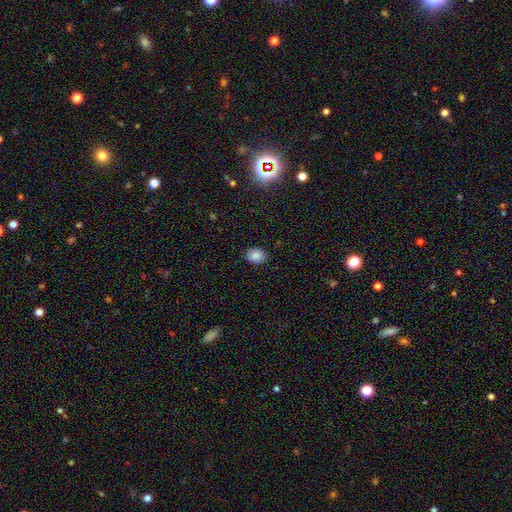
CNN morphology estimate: Smooth or featured? smooth (85%)
How rounded? in between (66%)
Merging? none (87%)